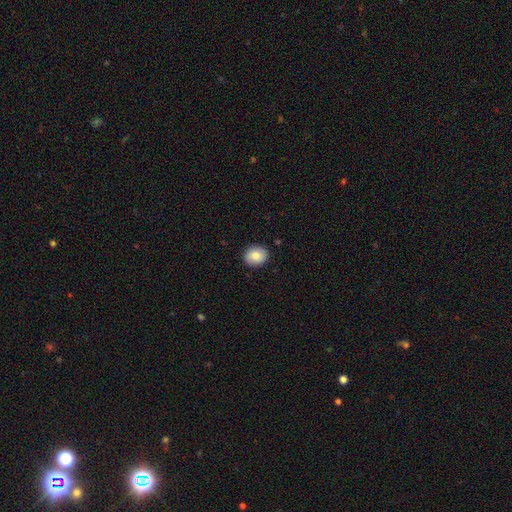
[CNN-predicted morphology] A smooth galaxy with no disk features (86%) that is round (58%). Merging: none (90%).